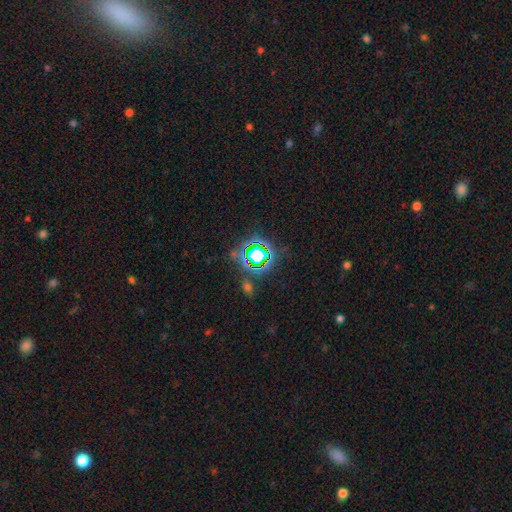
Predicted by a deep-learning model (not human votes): smooth_or_featured: star or artifact (p=0.68) [alt: smooth p=0.21]